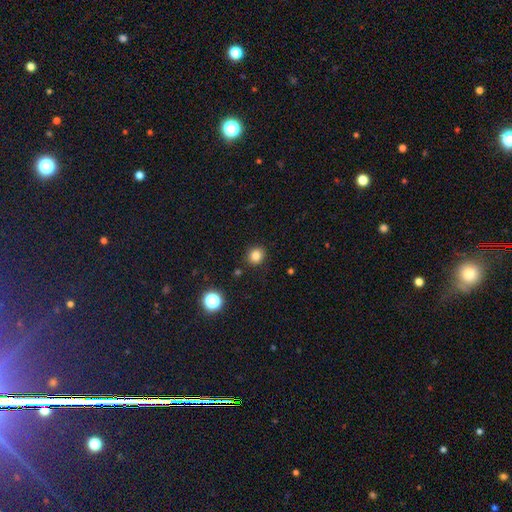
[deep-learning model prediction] A smooth galaxy with no disk features (82%) that is round (86%). Merging: none (90%).